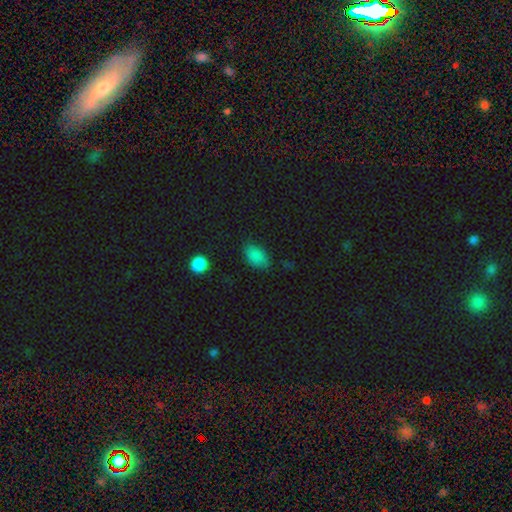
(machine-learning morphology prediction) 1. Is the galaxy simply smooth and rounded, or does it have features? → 83% smooth, 12% star or artifact, 5% featured or disk.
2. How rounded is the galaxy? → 87% in between, 11% round, 2% cigar-shaped.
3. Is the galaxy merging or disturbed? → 74% none, 19% minor disturbance, 5% major disturbance, 2% merger.